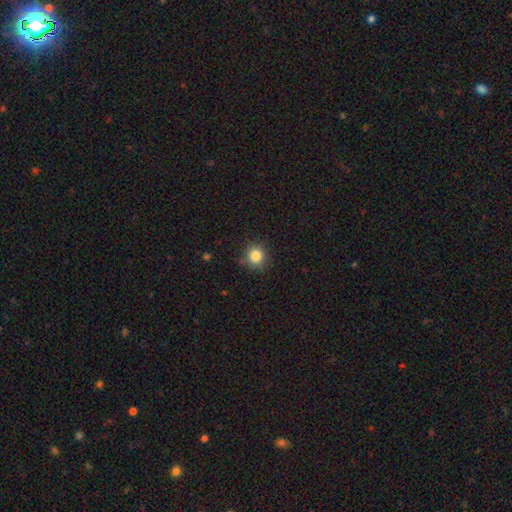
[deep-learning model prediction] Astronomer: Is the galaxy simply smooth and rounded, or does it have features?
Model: smooth — 84%.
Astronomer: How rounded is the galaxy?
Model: round — 91%.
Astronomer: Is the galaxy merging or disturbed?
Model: none — 86%.